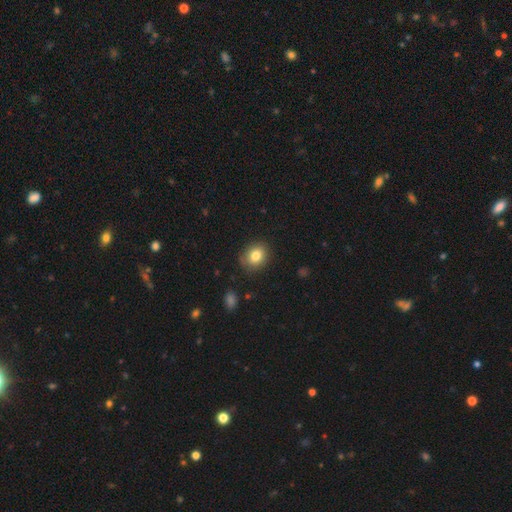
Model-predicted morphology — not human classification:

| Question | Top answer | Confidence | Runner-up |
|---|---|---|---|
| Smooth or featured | smooth | 81% | star or artifact (10%) |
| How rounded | round | 55% | in between (44%) |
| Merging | none | 84% | minor disturbance (12%) |